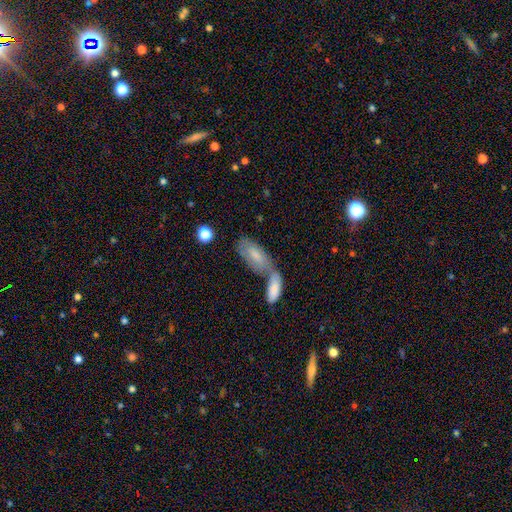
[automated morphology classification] Overall: smooth (69%). How rounded: in between (82%). Merging: merger (53%; none 29%).